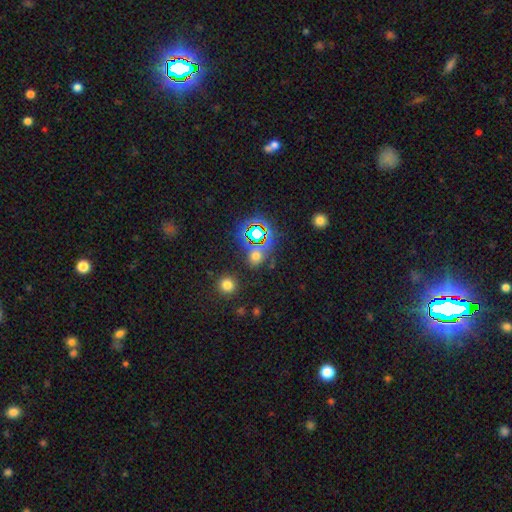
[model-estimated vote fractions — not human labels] smooth_or_featured: smooth (p=0.47) [alt: star or artifact p=0.45]
merging: none (p=0.73) [alt: minor disturbance p=0.11]